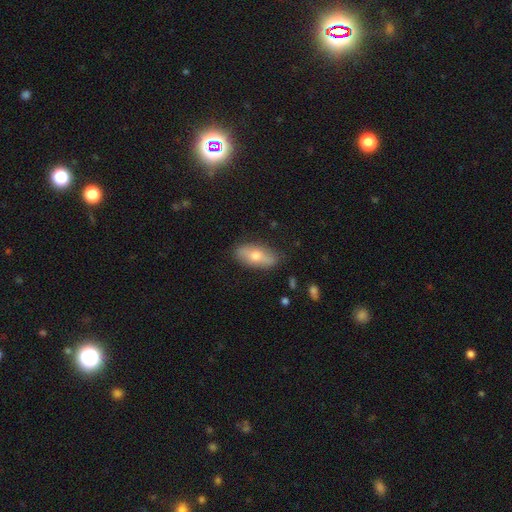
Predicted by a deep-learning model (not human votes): This appears to be a smooth galaxy with no disk features (62%) that is in between round and cigar-shaped (81%). Merging: none (82%).